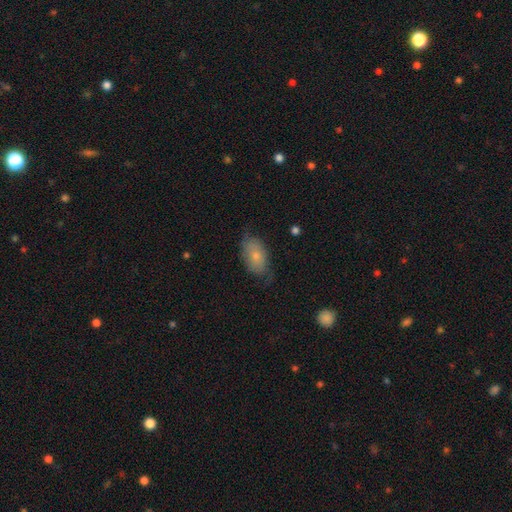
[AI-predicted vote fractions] The model was most divided on "merging": none: 61%, minor disturbance: 28%, major disturbance: 9%, merger: 1%. More confident: how rounded — in between (92%); smooth or featured — smooth (70%).